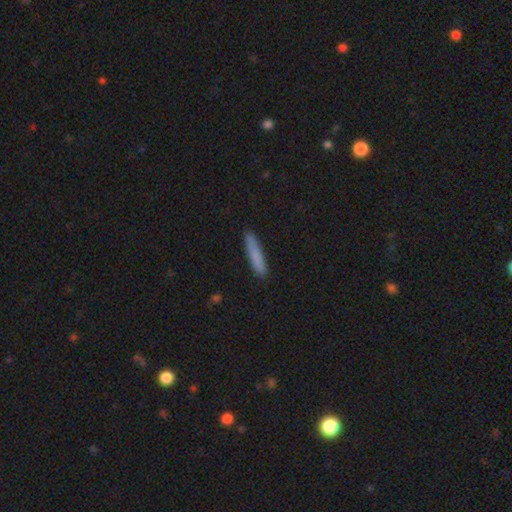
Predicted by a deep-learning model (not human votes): A smooth galaxy with no disk features (83%) that is cigar-shaped (91%). Merging: none (90%).